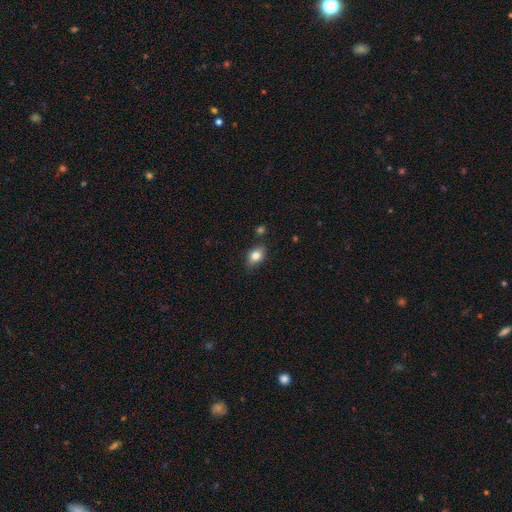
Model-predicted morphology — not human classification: A smooth galaxy with no disk features (82%) that is in between round and cigar-shaped (76%).

Vote fractions:
- Smooth or featured? smooth: 82% / featured or disk: 9% / star or artifact: 9%
- How rounded? in between: 76% / round: 22% / cigar-shaped: 2%
- Merging? none: 79% / minor disturbance: 15% / merger: 3% / major disturbance: 3%